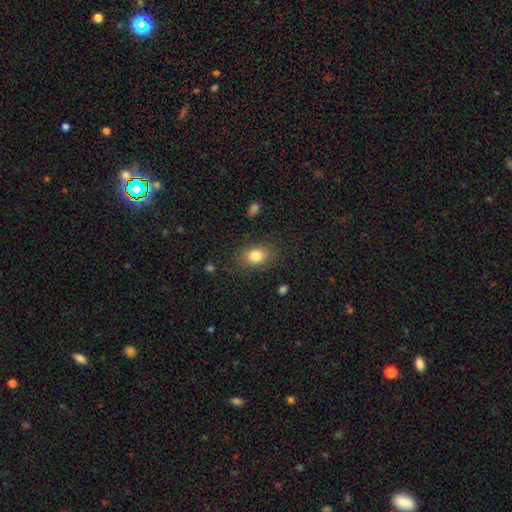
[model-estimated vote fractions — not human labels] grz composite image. It shows a smooth galaxy with no disk features (82%) that is in between round and cigar-shaped (67%). Merging: none (82%).